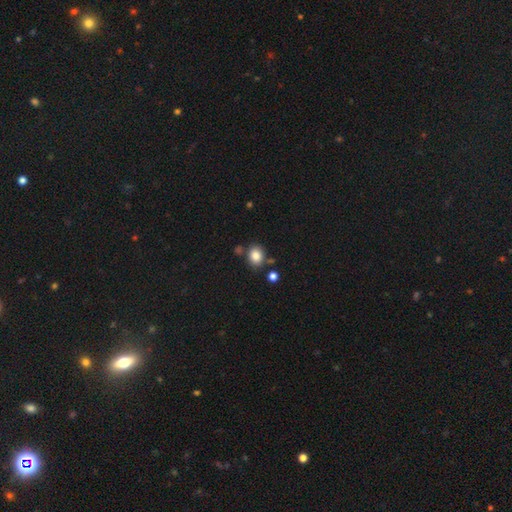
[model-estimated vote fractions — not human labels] smooth-or-featured: smooth: 83% | star or artifact: 10% | featured or disk: 6%
  how-rounded: round: 52% | in between: 47% | cigar-shaped: 1%
  merging: none: 76% | minor disturbance: 12% | merger: 9% | major disturbance: 3%